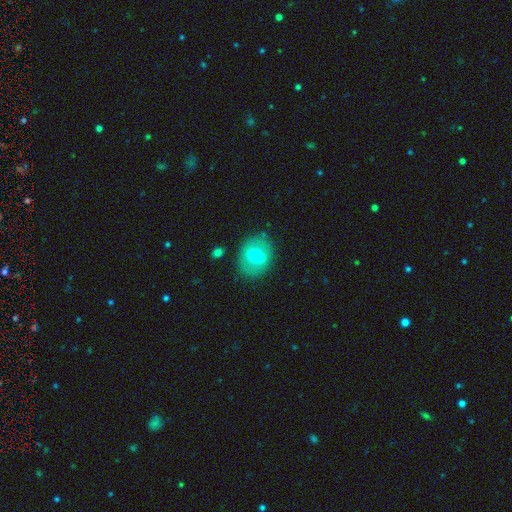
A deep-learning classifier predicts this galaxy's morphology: A smooth galaxy with no disk features (58%) that is round (52%).

Vote fractions:
- Smooth or featured? smooth: 58% / featured or disk: 34% / star or artifact: 8%
- How rounded? round: 52% / in between: 47% / cigar-shaped: 1%
- Merging? none: 82% / minor disturbance: 12% / major disturbance: 4% / merger: 2%